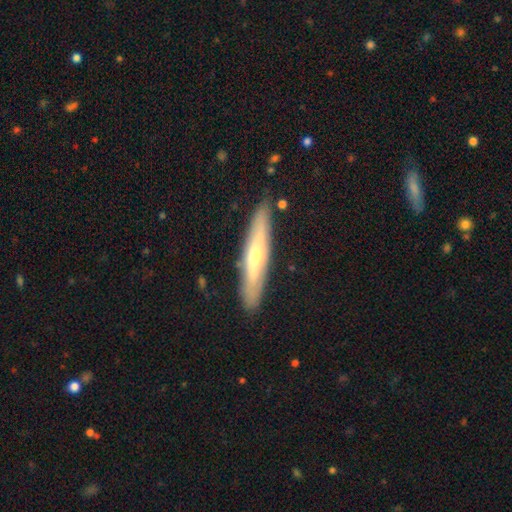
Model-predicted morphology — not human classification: The model was most divided on "smooth or featured": featured or disk: 50%, smooth: 44%, star or artifact: 6%. More confident: merging — none (87%).